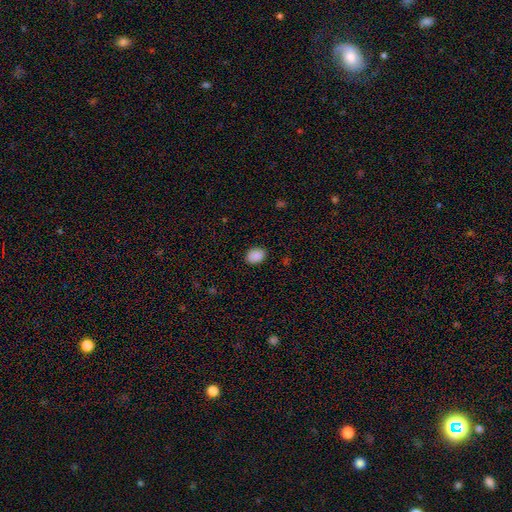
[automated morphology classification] type=smooth (89%); roundness=in between (75%); merging=none (87%).